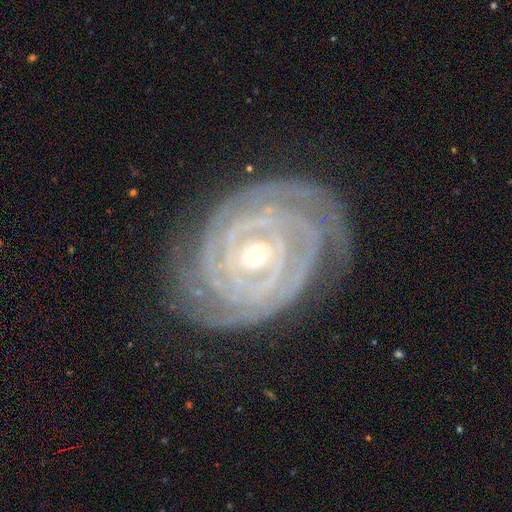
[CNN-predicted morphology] Smooth or featured: featured or disk — 92% (star or artifact — 5%)
Edge-on disk: no — 97% (yes — 3%)
Bar: no — 56% (weak — 26%)
Spiral arms: yes — 99% (no — 1%)
Spiral winding: tight — 90% (medium — 8%)
Spiral arm count: 2 — 33% (3 — 19%)
Bulge size: small — 68% (moderate — 29%)
Merging: none — 79% (minor disturbance — 15%)